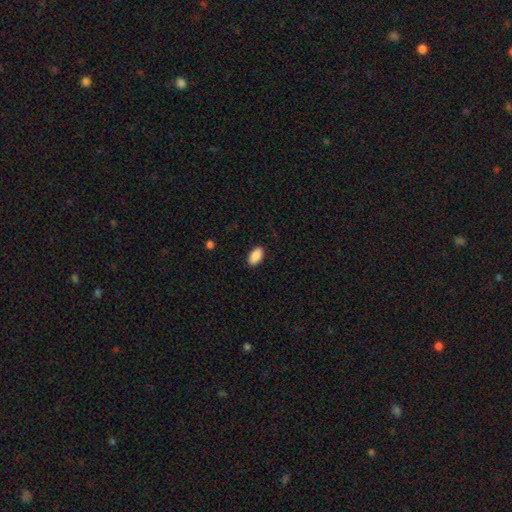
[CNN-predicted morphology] A smooth galaxy with no disk features (90%) that is in between round and cigar-shaped (93%). Merging: none (88%).